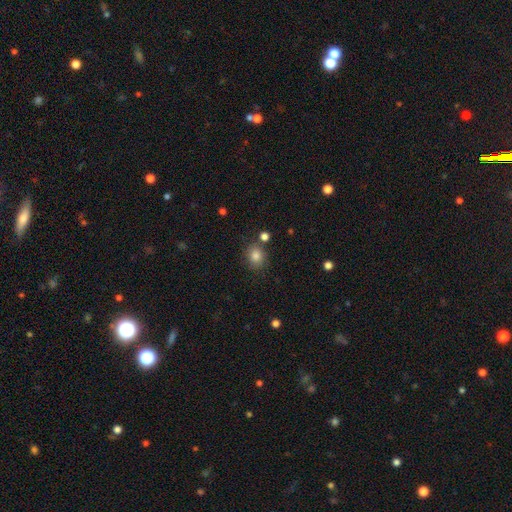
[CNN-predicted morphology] This is clearly a smooth galaxy (83%). How rounded: likely round (72%). Merging: likely none (79%).